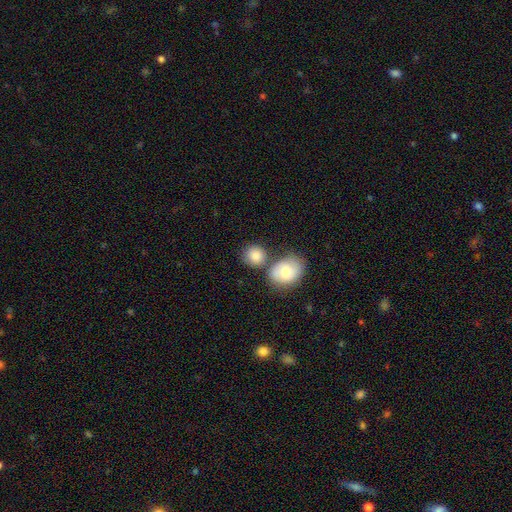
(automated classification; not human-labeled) smooth_or_featured: smooth (p=0.84) [alt: featured or disk p=0.09]
how_rounded: round (p=0.78) [alt: in between p=0.21]
merging: none (p=0.57) [alt: merger p=0.25]